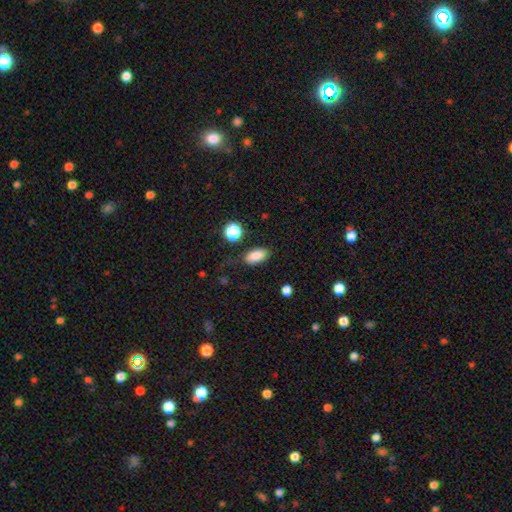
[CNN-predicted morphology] Smooth or featured? Predicted: smooth (p=0.85). How rounded? Predicted: in between (p=0.90). Merging? Predicted: none (p=0.79).